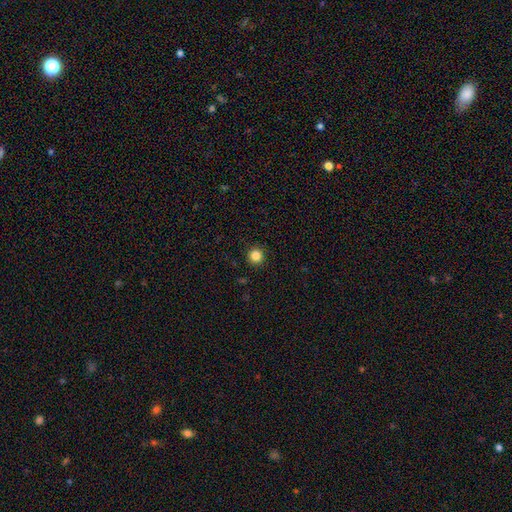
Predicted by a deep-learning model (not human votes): Smooth or featured?
  - smooth: 84% *
  - star or artifact: 12%
  - featured or disk: 4%
How rounded?
  - round: 96% *
  - in between: 3%
  - cigar-shaped: 1%
Merging?
  - none: 93% *
  - minor disturbance: 5%
  - major disturbance: 2%
  - merger: 1%